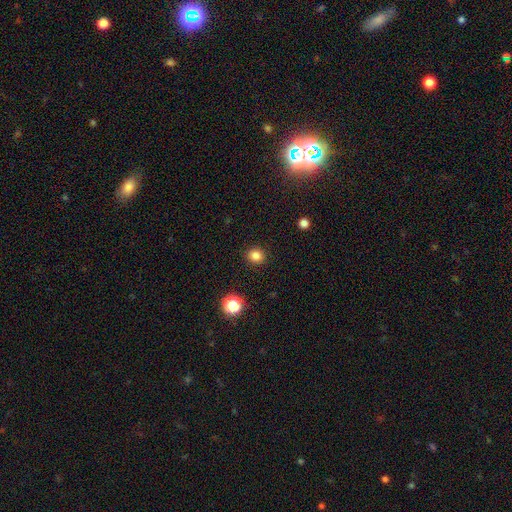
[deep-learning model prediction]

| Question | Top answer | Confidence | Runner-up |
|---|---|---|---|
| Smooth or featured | smooth | 83% | star or artifact (12%) |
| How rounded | round | 75% | in between (24%) |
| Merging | none | 91% | minor disturbance (6%) |